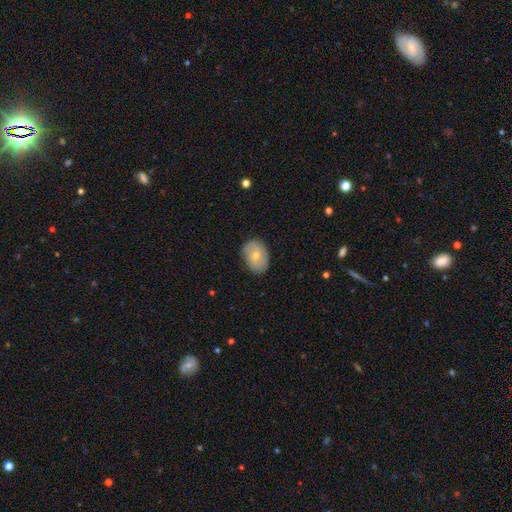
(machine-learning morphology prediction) smooth_or_featured: smooth (p=0.70) [alt: featured or disk p=0.23]
how_rounded: in between (p=0.76) [alt: round p=0.23]
merging: none (p=0.84) [alt: minor disturbance p=0.13]